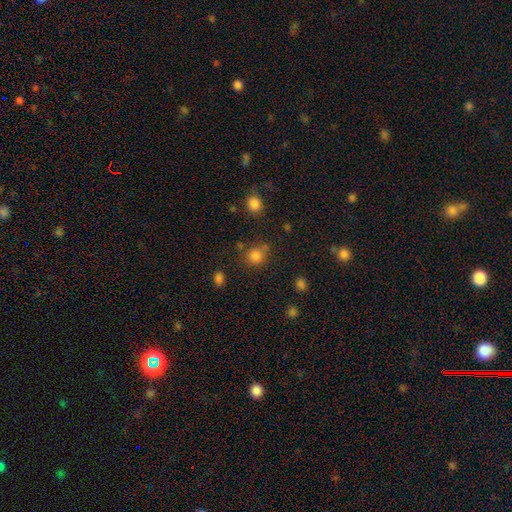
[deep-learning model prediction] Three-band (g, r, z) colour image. It shows a smooth galaxy with no disk features (81%) that is round (83%). Merging: none (66%).